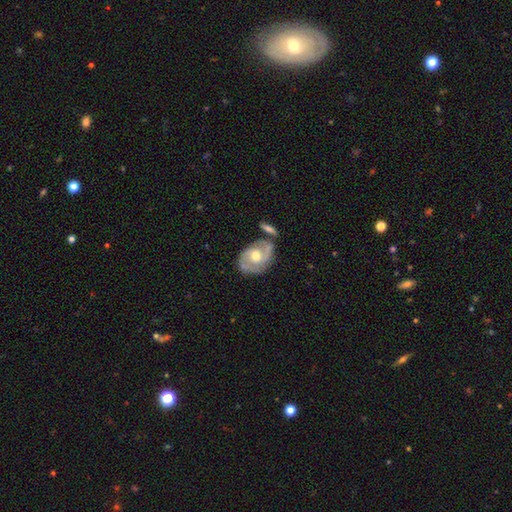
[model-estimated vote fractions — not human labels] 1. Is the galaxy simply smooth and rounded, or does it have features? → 77% featured or disk, 18% smooth, 5% star or artifact.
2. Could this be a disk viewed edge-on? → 96% no, 4% yes.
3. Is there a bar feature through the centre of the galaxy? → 58% no, 34% weak, 8% strong.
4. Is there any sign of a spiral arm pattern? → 87% yes, 13% no.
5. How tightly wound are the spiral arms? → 47% medium, 36% tight, 17% loose.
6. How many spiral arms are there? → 79% 2, 11% can't tell, 4% 3, 3% 1, 1% 4, 1% more than 4.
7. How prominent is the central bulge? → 76% moderate, 14% small, 8% large, 1% none, 1% dominant.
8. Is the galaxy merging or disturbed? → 57% none, 20% minor disturbance, 15% merger, 8% major disturbance.